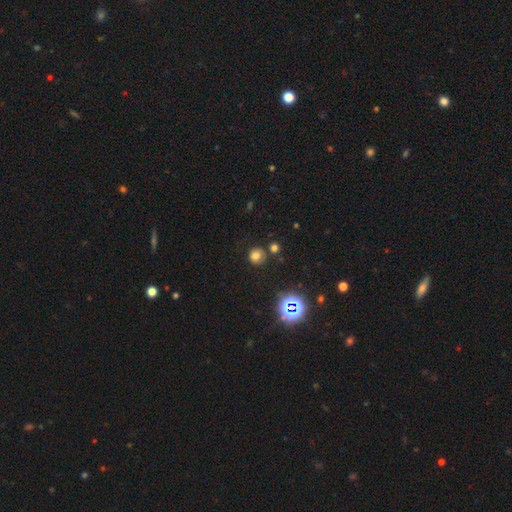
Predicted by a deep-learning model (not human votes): Smooth or featured: smooth — 70% (star or artifact — 21%)
How rounded: round — 89% (in between — 10%)
Merging: none — 78% (minor disturbance — 10%)